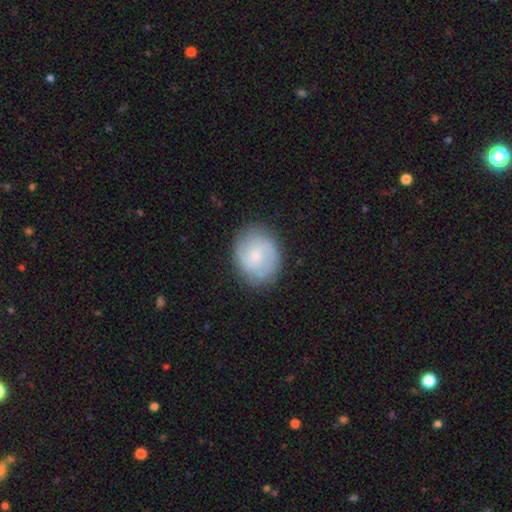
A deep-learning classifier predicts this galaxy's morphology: Smooth or featured? Predicted: featured or disk (p=0.62). Edge-on disk? Predicted: no (p=0.97). Bar? Predicted: no (p=0.54). Spiral arms? Predicted: yes (p=0.91). Spiral winding? Predicted: medium (p=0.44). Spiral arm count? Predicted: 2 (p=0.73). Bulge size? Predicted: small (p=0.49). Merging? Predicted: none (p=0.80).